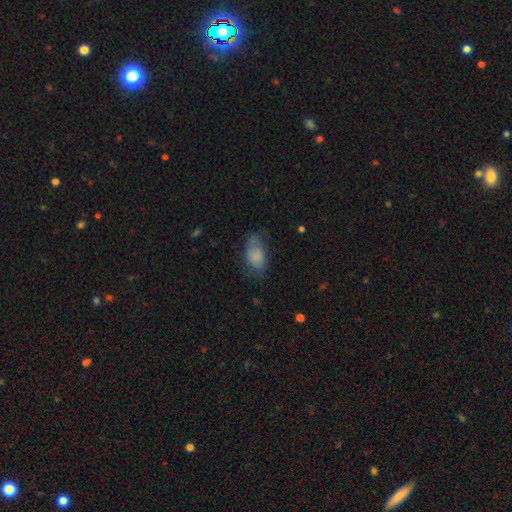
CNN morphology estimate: Smooth or featured? Predicted: smooth (p=0.74). How rounded? Predicted: in between (p=0.90). Merging? Predicted: none (p=0.48).